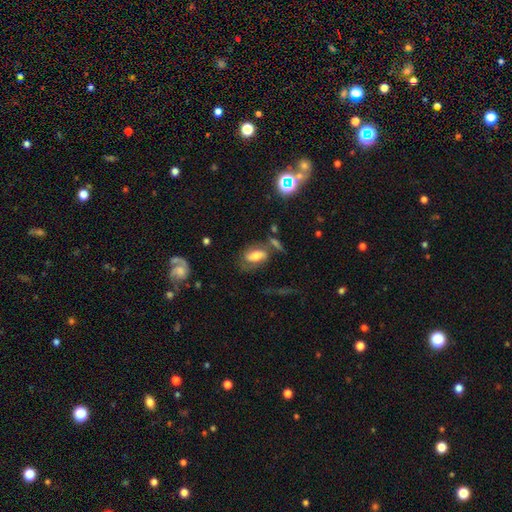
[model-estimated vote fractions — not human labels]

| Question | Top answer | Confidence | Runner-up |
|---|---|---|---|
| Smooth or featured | smooth | 57% | featured or disk (33%) |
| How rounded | in between | 87% | round (8%) |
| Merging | none | 47% | minor disturbance (21%) |